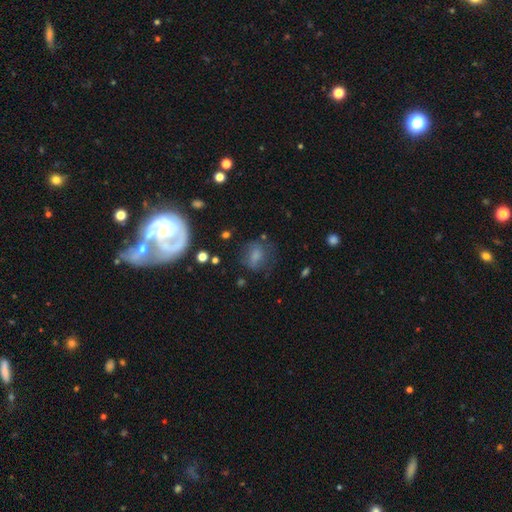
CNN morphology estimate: A smooth galaxy with no disk features (66%) that is in between round and cigar-shaped (50%). Merging: none (57%).